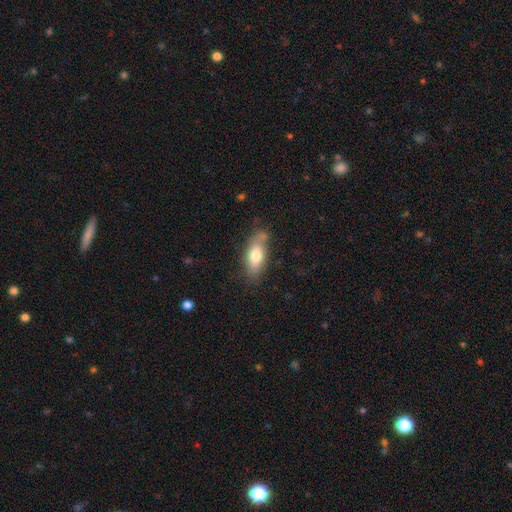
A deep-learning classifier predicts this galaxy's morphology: Smooth or featured: smooth — 72% (featured or disk — 21%)
How rounded: in between — 79% (cigar-shaped — 17%)
Merging: none — 68% (minor disturbance — 21%)